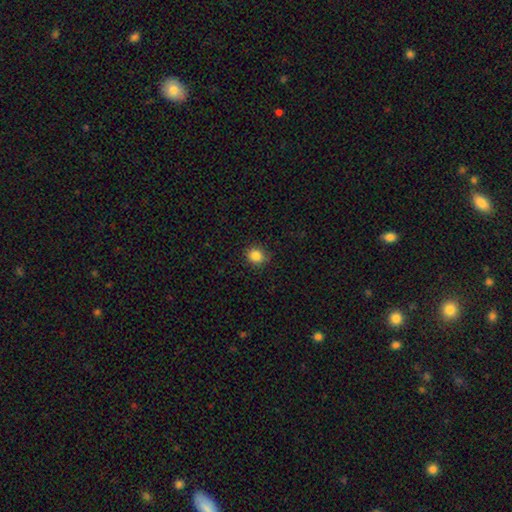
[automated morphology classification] This is clearly a smooth galaxy (85%). How rounded: likely round (79%). Merging: clearly none (87%).